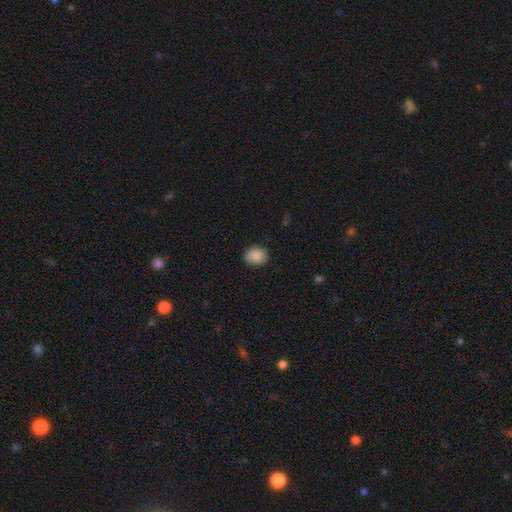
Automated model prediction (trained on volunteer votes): Overall: smooth (88%). How rounded: round (50%; in between 49%). Merging: none (80%).